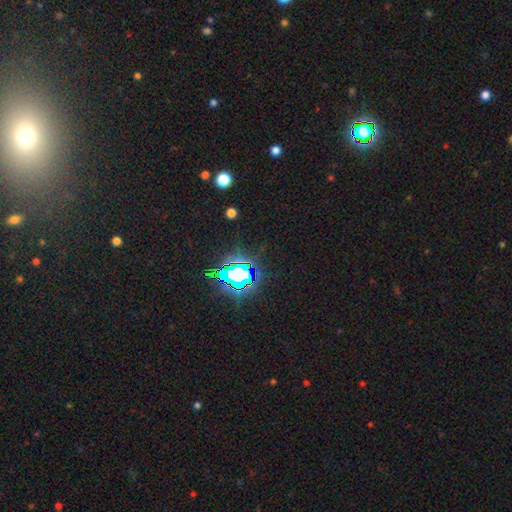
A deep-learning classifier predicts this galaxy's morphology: The model was most divided on "smooth or featured": star or artifact: 81%, smooth: 12%, featured or disk: 7%.